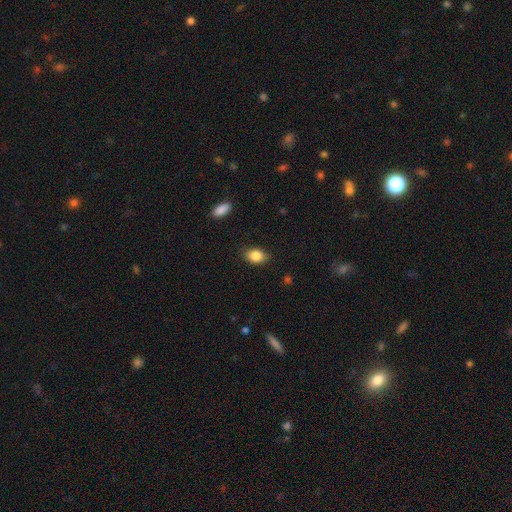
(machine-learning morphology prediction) type=smooth (87%); roundness=in between (81%); merging=none (84%).